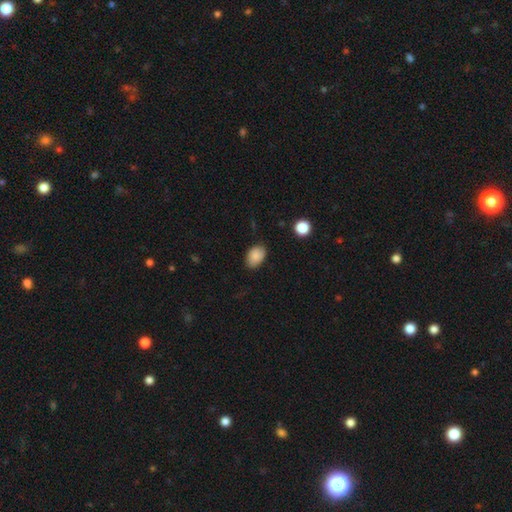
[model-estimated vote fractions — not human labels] Smooth or featured: smooth — 86% (star or artifact — 8%)
How rounded: in between — 82% (round — 17%)
Merging: none — 79% (minor disturbance — 17%)